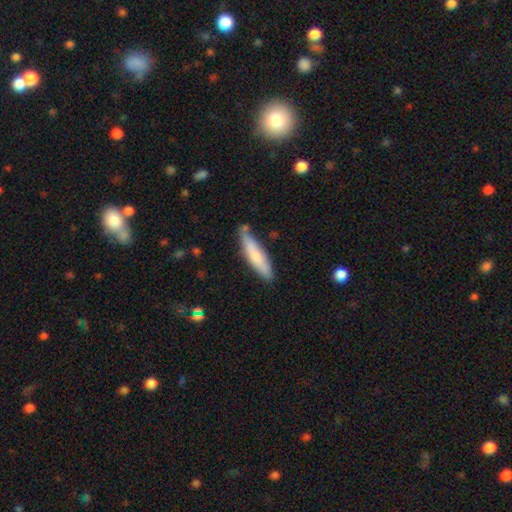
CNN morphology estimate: Smooth or featured? smooth (75%)
How rounded? cigar-shaped (81%)
Merging? none (75%)